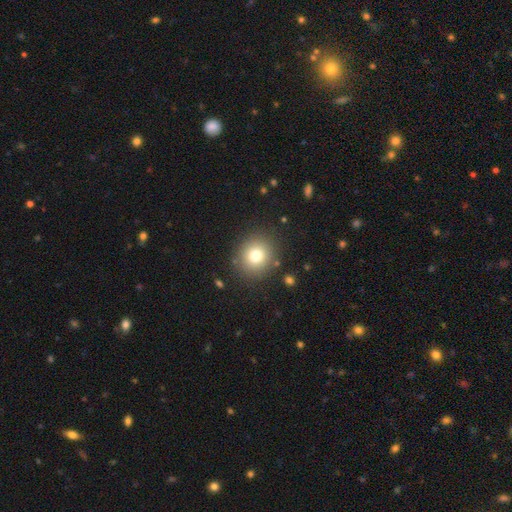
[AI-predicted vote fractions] smooth_or_featured: smooth (p=0.77) [alt: star or artifact p=0.13]
how_rounded: round (p=0.82) [alt: in between p=0.17]
merging: none (p=0.87) [alt: minor disturbance p=0.08]